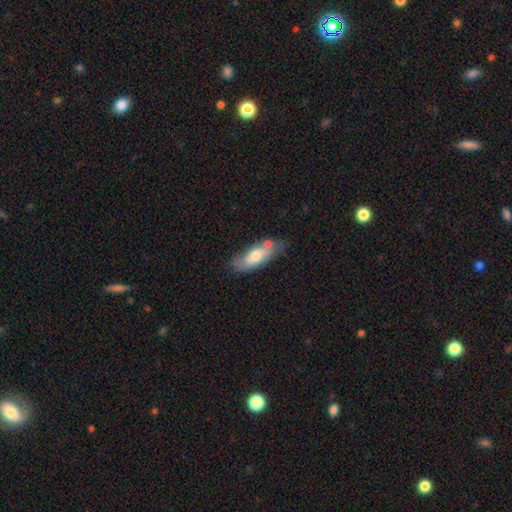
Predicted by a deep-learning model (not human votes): smooth_or_featured: smooth (p=0.58) [alt: featured or disk p=0.36]
how_rounded: in between (p=0.74) [alt: cigar-shaped p=0.23]
merging: none (p=0.61) [alt: minor disturbance p=0.21]